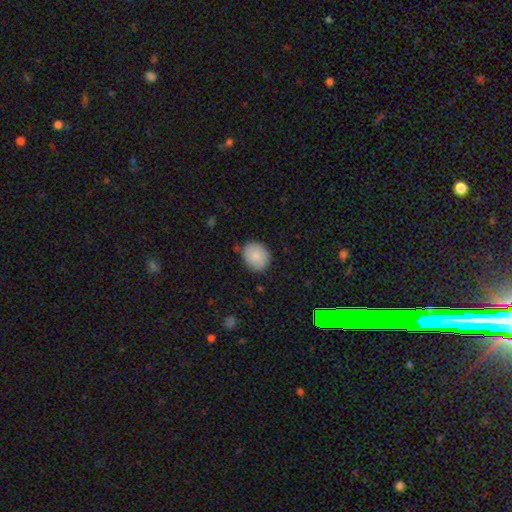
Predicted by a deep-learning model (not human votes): Morphology: type=smooth (86%); roundness=round (62%); merging=none (83%).